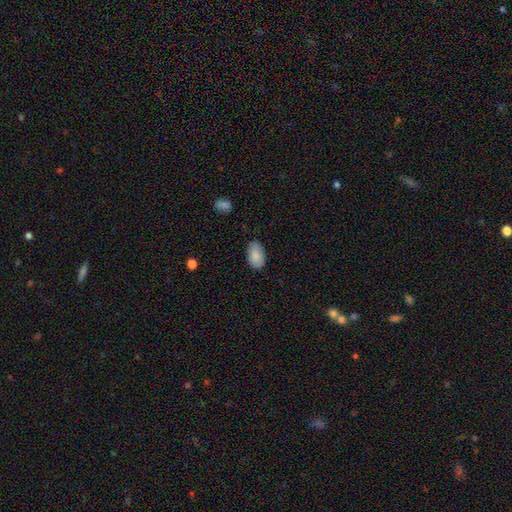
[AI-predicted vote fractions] Smooth or featured? Predicted: smooth (p=0.87). How rounded? Predicted: in between (p=0.93). Merging? Predicted: none (p=0.78).